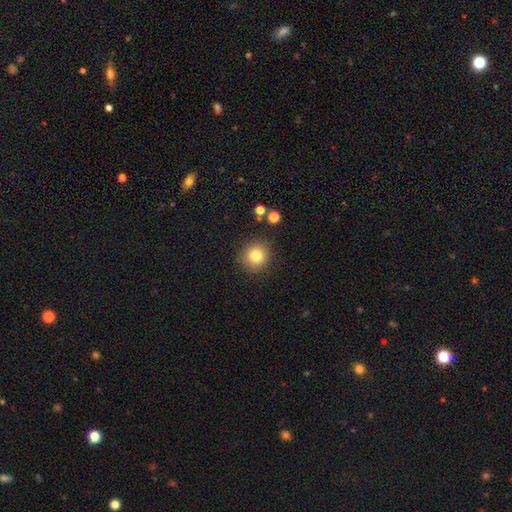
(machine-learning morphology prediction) type=smooth (81%); roundness=round (92%); merging=none (87%).